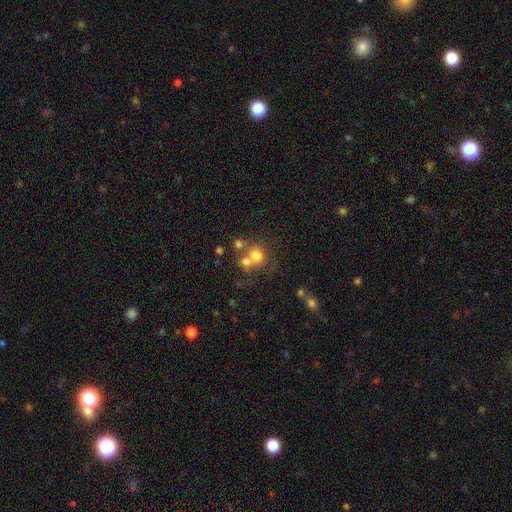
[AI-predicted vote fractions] Smooth or featured: smooth — 68% (featured or disk — 17%)
How rounded: round — 80% (in between — 19%)
Merging: merger — 43% (none — 42%)